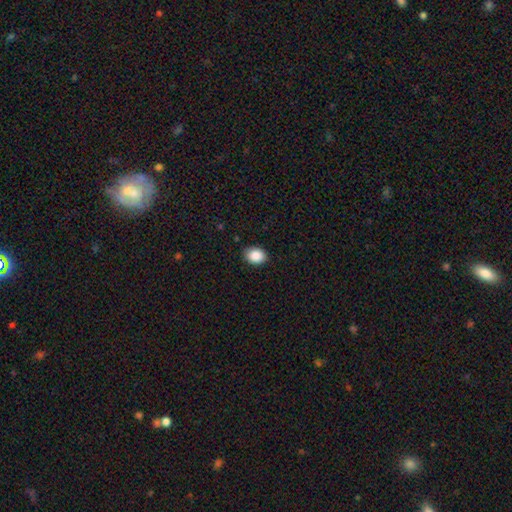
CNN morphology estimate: Smooth or featured? smooth (89%)
How rounded? in between (68%)
Merging? none (88%)